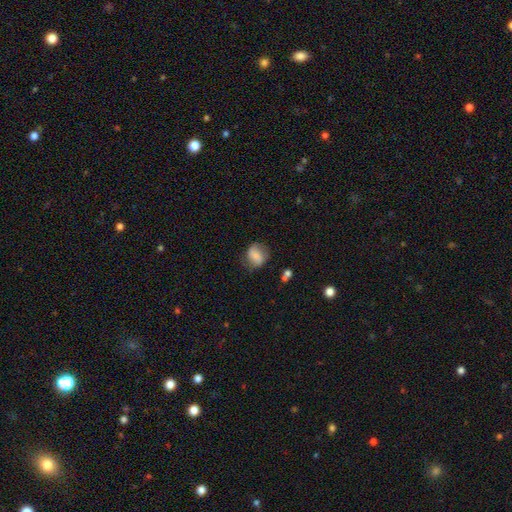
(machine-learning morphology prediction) Smooth or featured?
  - smooth: 57% *
  - featured or disk: 34%
  - star or artifact: 9%
How rounded?
  - round: 62% *
  - in between: 36%
  - cigar-shaped: 2%
Merging?
  - none: 66% *
  - minor disturbance: 22%
  - major disturbance: 9%
  - merger: 2%